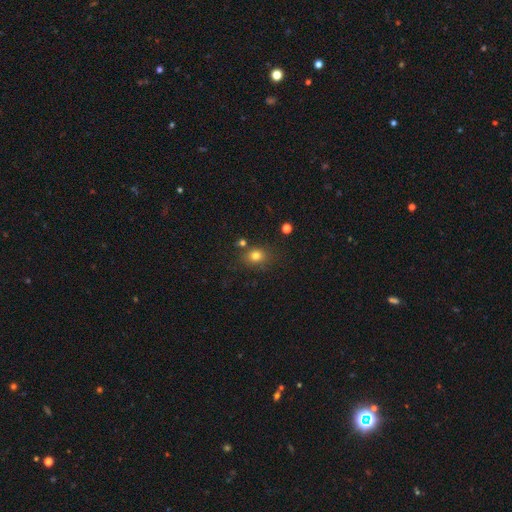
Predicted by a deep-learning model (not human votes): Smooth or featured: smooth — 79% (star or artifact — 13%)
How rounded: round — 57% (in between — 42%)
Merging: none — 76% (minor disturbance — 14%)